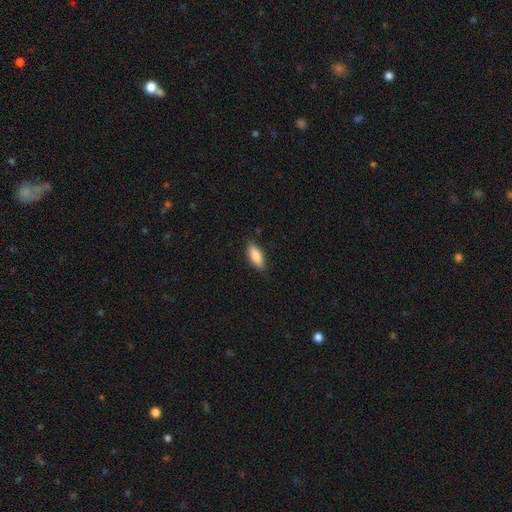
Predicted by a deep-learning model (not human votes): Morphology: type=smooth (84%); roundness=in between (72%); merging=none (85%).